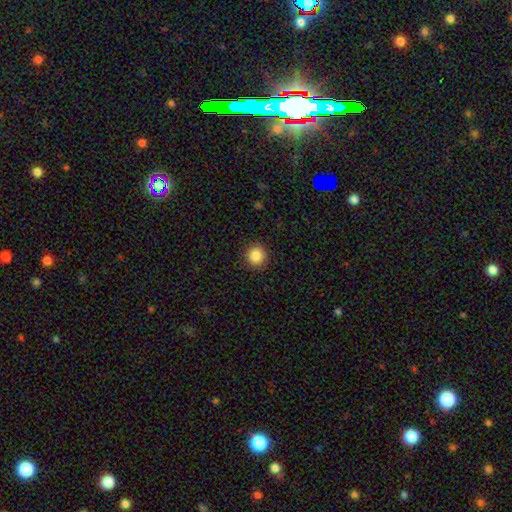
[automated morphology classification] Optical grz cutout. It shows a smooth galaxy with no disk features (87%) that is round (94%). Merging: none (90%).